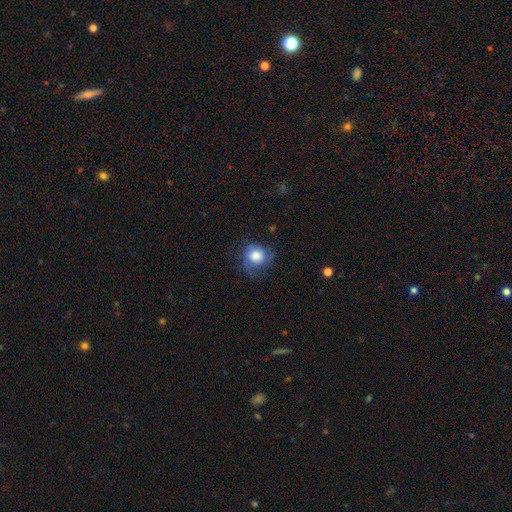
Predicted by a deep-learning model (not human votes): Morphology: type=smooth (64%); roundness=round (81%); merging=none (56%).